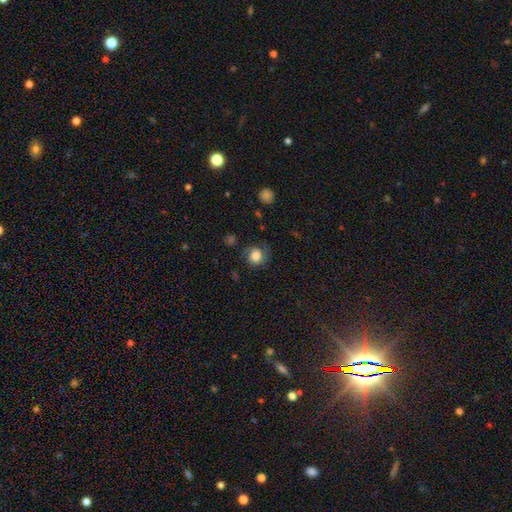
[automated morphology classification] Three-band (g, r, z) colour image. It shows a smooth galaxy with no disk features (63%) that is round (80%). Merging: none (62%).